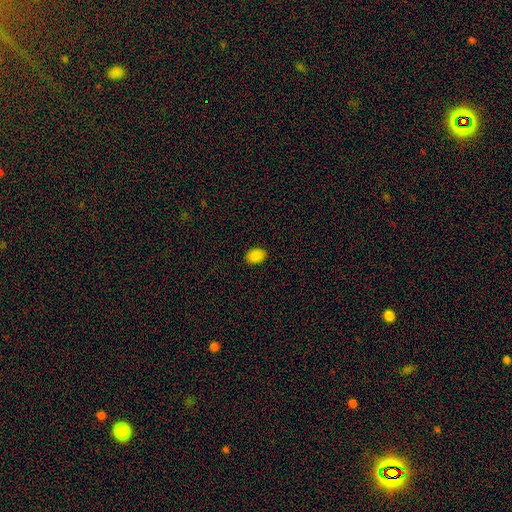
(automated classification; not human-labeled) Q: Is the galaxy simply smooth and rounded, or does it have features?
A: smooth — 87%.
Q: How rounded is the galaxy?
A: in between — 80%.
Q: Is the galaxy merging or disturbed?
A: none — 89%.